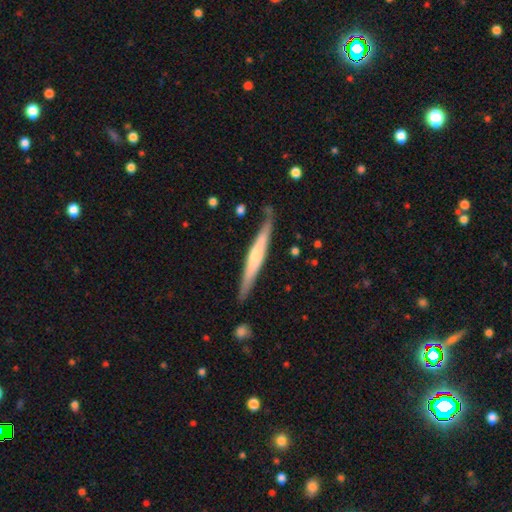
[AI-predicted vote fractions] Overall: featured or disk (54%; smooth 42%). Edge-on disk: yes (95%). Edge-on bulge: none (42%; rounded 38%). Merging: none (82%).